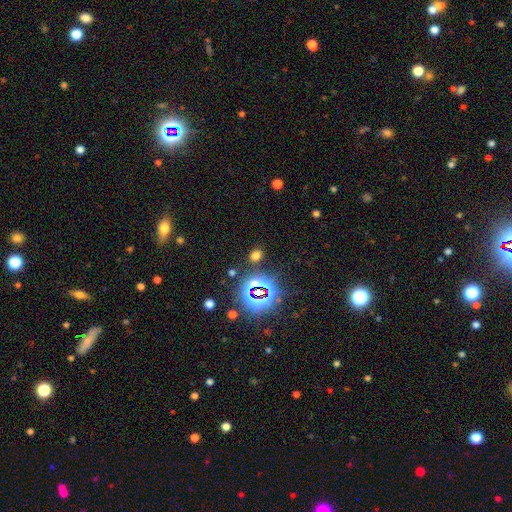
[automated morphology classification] Smooth or featured? smooth (57%)
How rounded? in between (58%)
Merging? none (83%)